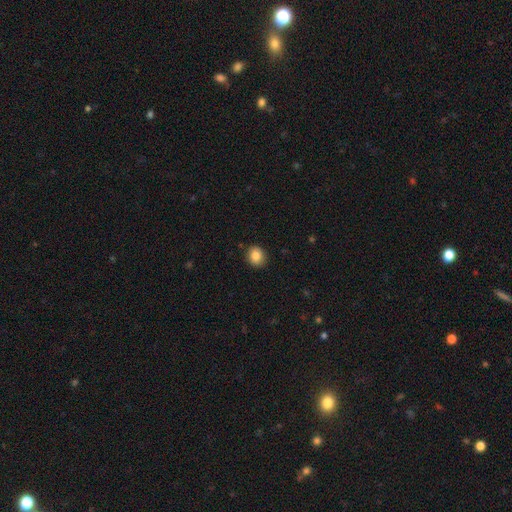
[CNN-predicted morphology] The model was most divided on "how rounded": round: 70%, in between: 29%, cigar-shaped: 1%. More confident: merging — none (89%); smooth or featured — smooth (85%).